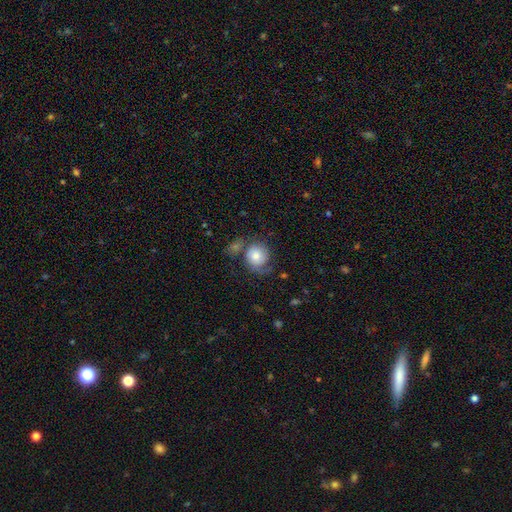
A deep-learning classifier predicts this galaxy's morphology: Smooth or featured? smooth (60%)
How rounded? round (80%)
Merging? none (45%)